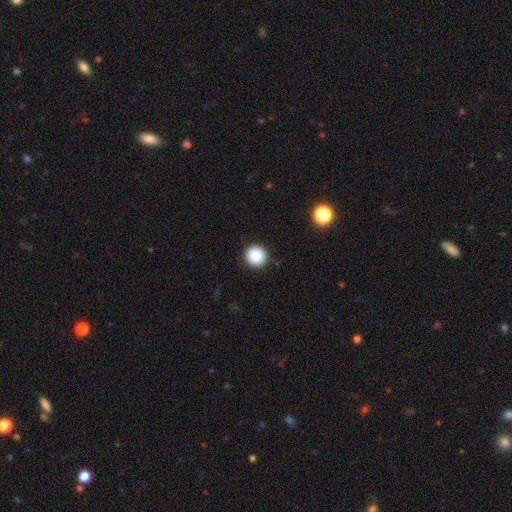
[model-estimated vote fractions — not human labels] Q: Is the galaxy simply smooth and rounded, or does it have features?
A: smooth — 87%.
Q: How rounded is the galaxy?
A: round — 96%.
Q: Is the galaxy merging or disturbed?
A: none — 92%.